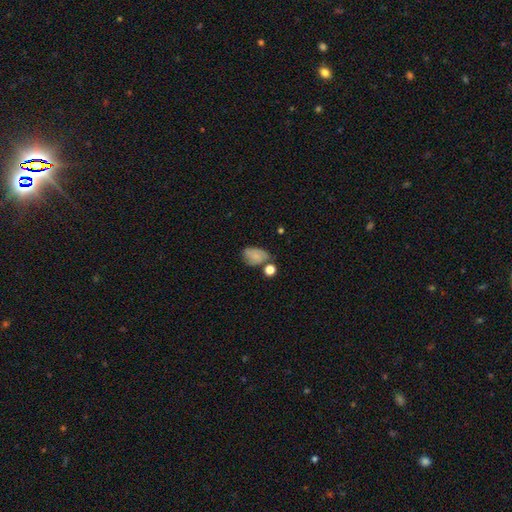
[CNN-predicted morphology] Overall: smooth (70%). How rounded: in between (79%). Merging: none (45%; minor disturbance 27%).